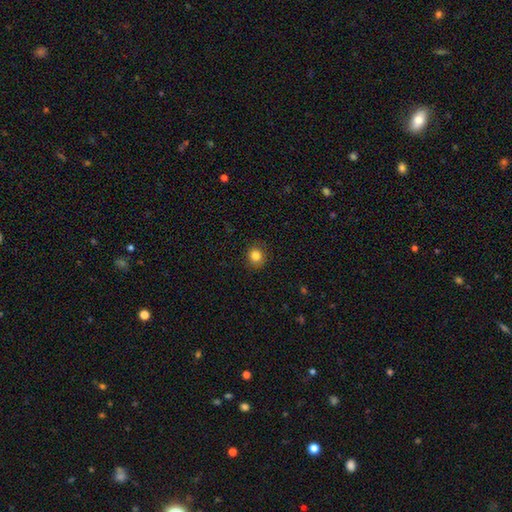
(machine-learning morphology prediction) The model was most divided on "how rounded": round: 83%, in between: 16%, cigar-shaped: 1%. More confident: merging — none (89%); smooth or featured — smooth (84%).